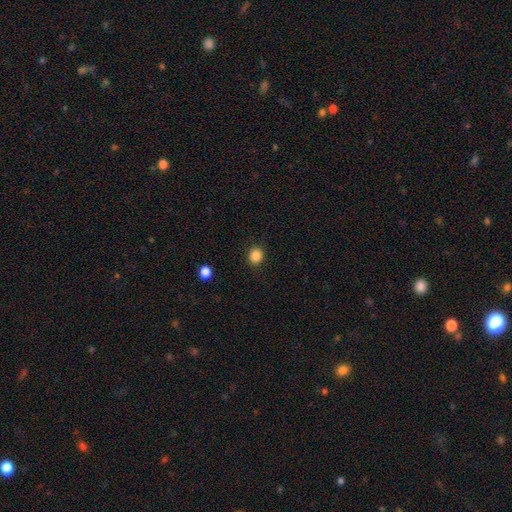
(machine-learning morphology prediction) Q: Smooth or featured?
A: smooth (86%); runner-up: star or artifact (11%)
Q: How rounded?
A: round (75%); runner-up: in between (24%)
Q: Merging?
A: none (90%); runner-up: minor disturbance (7%)